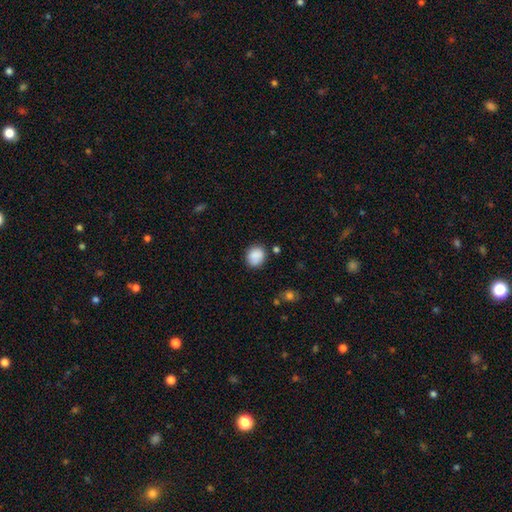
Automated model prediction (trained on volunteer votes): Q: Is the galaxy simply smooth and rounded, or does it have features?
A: smooth — 87%.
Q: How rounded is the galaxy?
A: round — 69%.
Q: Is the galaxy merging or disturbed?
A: none — 78%.